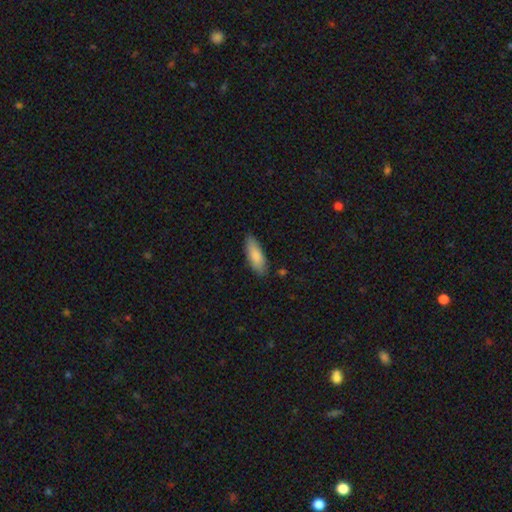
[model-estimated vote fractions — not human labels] Overall: smooth (85%). How rounded: in between (65%; cigar-shaped 33%). Merging: none (82%).